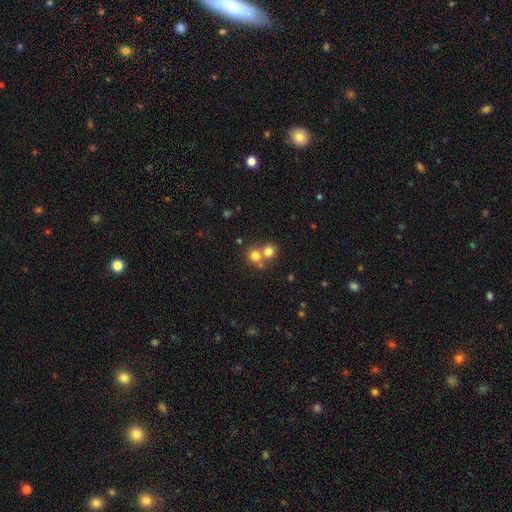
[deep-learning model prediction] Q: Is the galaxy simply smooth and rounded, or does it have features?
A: smooth — 74%.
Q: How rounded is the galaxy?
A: round — 87%.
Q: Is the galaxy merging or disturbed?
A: merger — 49%.